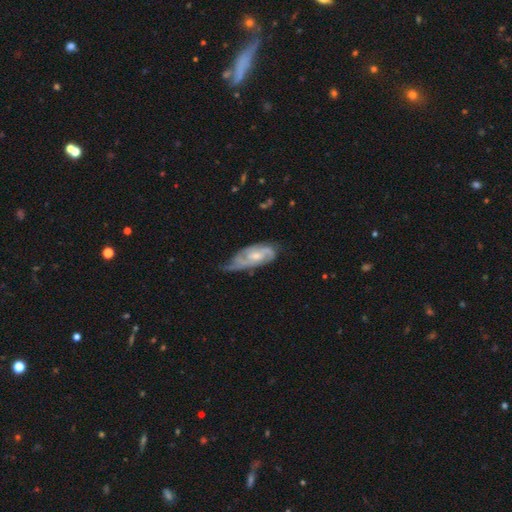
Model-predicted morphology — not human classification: type=featured or disk (80%); edge-on=no (93%); bar=no (59%); spiral arms=yes (95%); winding=tight (47%); arm count=2 (53%); bulge=small (47%); merging=none (45%).